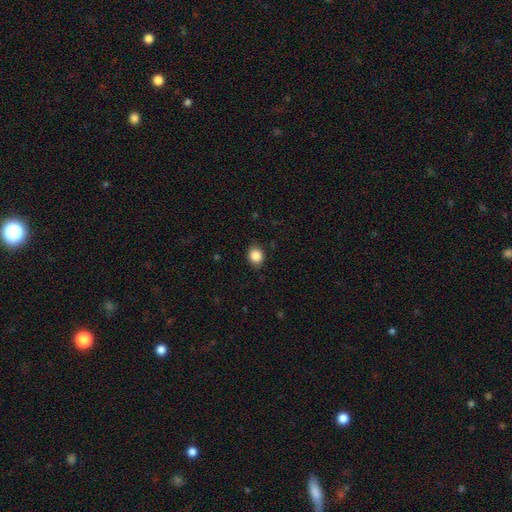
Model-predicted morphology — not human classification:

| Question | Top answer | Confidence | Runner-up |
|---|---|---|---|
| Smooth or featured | smooth | 87% | star or artifact (9%) |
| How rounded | round | 67% | in between (32%) |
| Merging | none | 87% | minor disturbance (9%) |